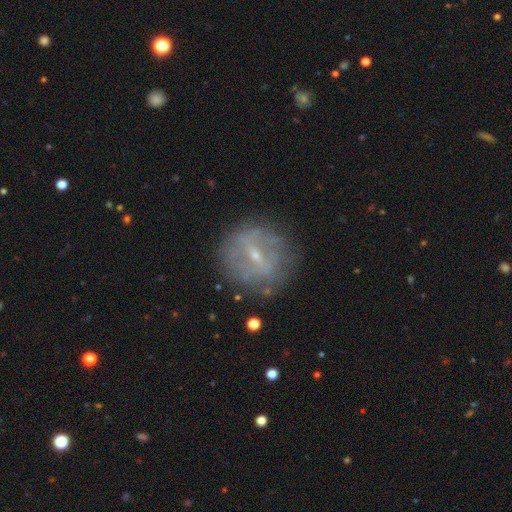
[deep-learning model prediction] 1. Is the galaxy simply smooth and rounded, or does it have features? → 66% featured or disk, 24% smooth, 10% star or artifact.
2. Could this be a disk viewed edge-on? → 91% no, 9% yes.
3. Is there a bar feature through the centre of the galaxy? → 44% weak, 39% strong, 17% no.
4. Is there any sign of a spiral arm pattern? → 63% no, 37% yes.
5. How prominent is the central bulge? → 75% small, 19% moderate, 3% none, 1% large, 1% dominant.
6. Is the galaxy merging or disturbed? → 79% none, 13% minor disturbance, 6% major disturbance, 2% merger.